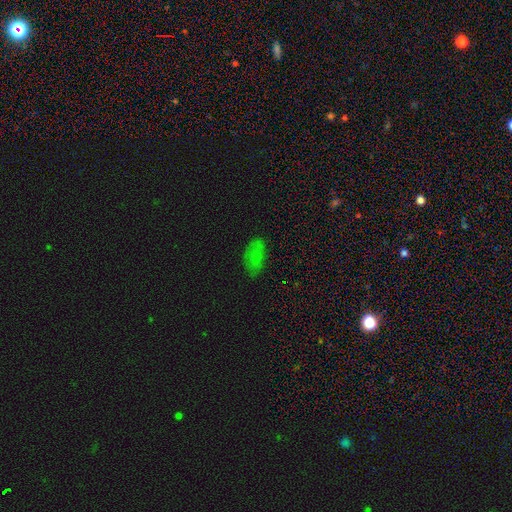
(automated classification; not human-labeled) Morphology: type=smooth (70%); roundness=in between (91%); merging=none (74%).